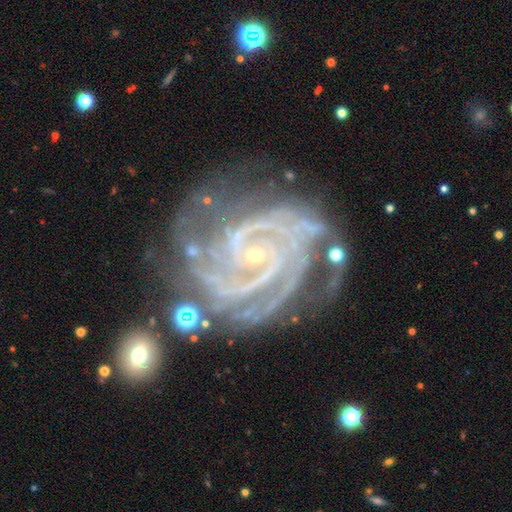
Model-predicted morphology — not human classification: The model was most divided on "spiral arm count": 3: 27%, 2: 24%, 4: 21%, can't tell: 11%, more than 4: 10%, 1: 7%. More confident: spiral arms — yes (99%); edge-on disk — no (98%); smooth or featured — featured or disk (93%); bulge size — small (87%); spiral winding — tight (76%); merging — none (66%); bar — no (52%).